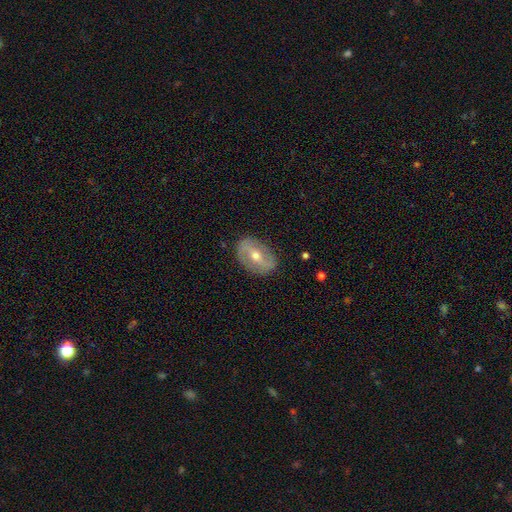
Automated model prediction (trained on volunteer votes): A featured or disk galaxy (68%) with a strong bar (43%), spiral arms (60%) and a moderate central bulge (61%). Merging: none (83%).